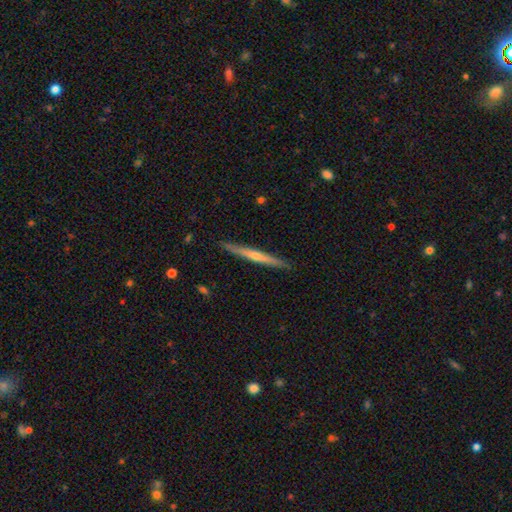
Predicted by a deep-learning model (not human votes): Morphology: type=featured or disk (70%); edge-on=yes (98%); edge-on bulge=rounded (69%); merging=none (91%).